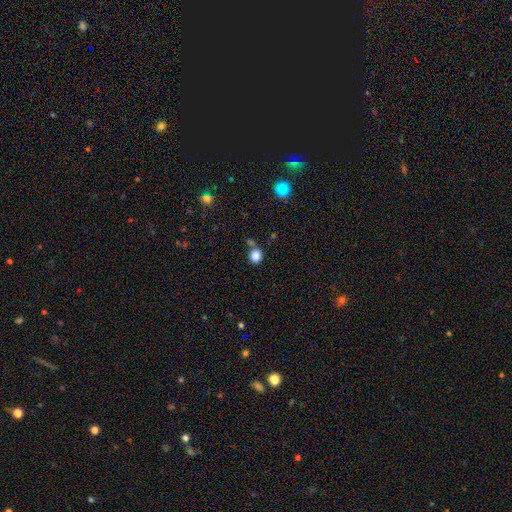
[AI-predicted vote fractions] smooth 85%, star or artifact 11%, featured or disk 4%. Down the decision tree: how rounded — round (79%); merging — none (64%).